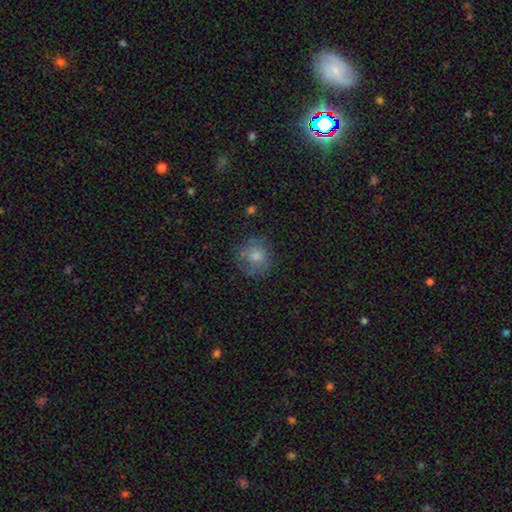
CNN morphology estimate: This appears to be a smooth galaxy with no disk features (64%) that is round (84%). Merging: none (71%).